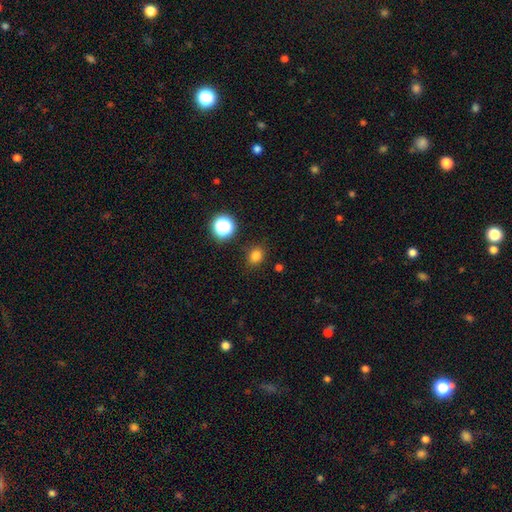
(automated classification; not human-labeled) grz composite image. It shows a smooth galaxy with no disk features (80%) that is round (63%). Merging: none (86%).